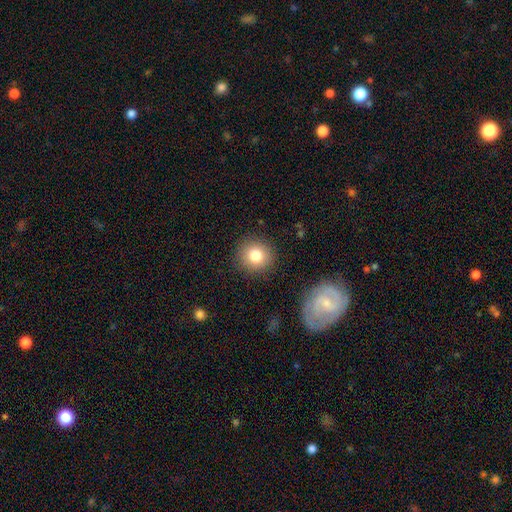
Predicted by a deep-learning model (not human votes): A smooth galaxy with no disk features (81%) that is round (89%). Merging: none (89%).